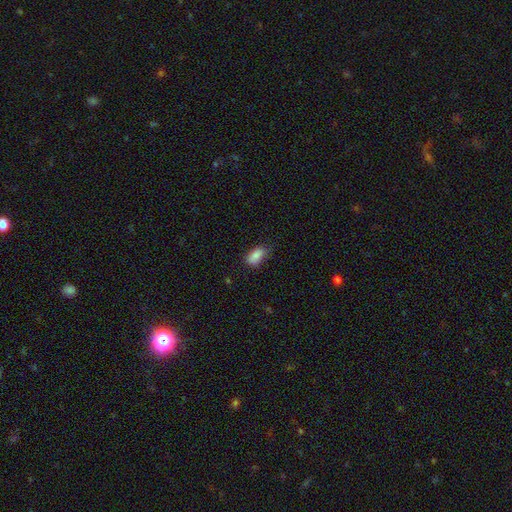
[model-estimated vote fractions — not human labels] Smooth or featured?
  - smooth: 86% *
  - star or artifact: 8%
  - featured or disk: 6%
How rounded?
  - in between: 91% *
  - cigar-shaped: 5%
  - round: 4%
Merging?
  - none: 62% *
  - minor disturbance: 30%
  - major disturbance: 6%
  - merger: 2%